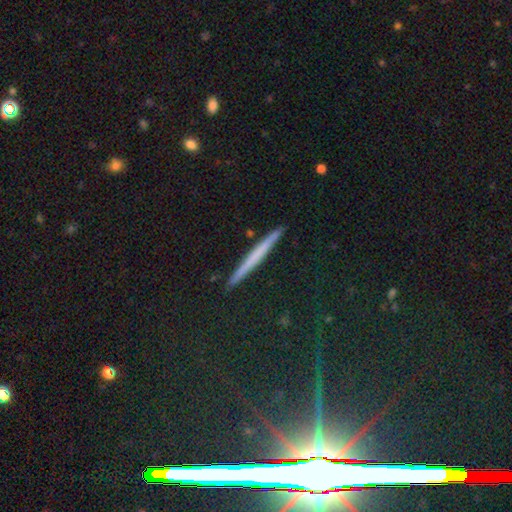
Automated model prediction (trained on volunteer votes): smooth 47%, featured or disk 39%, star or artifact 14%. Down the decision tree: merging — none (91%).